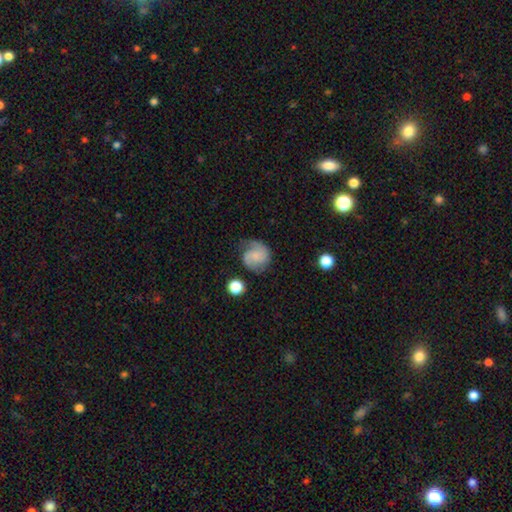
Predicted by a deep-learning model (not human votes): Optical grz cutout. It shows a featured or disk galaxy (51%). Merging: none (58%).